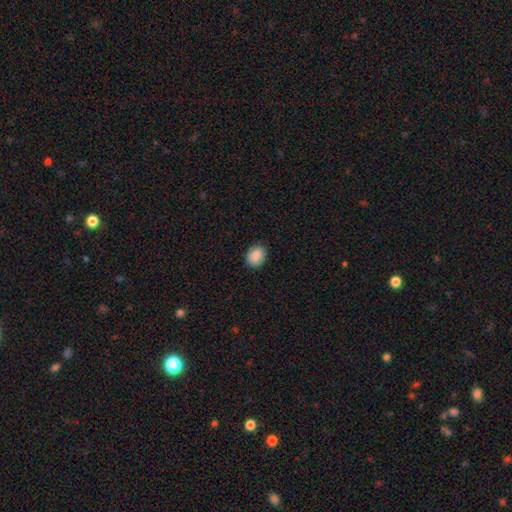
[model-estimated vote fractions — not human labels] This is clearly a smooth galaxy (86%). How rounded: possibly in between (56%). Merging: clearly none (85%).